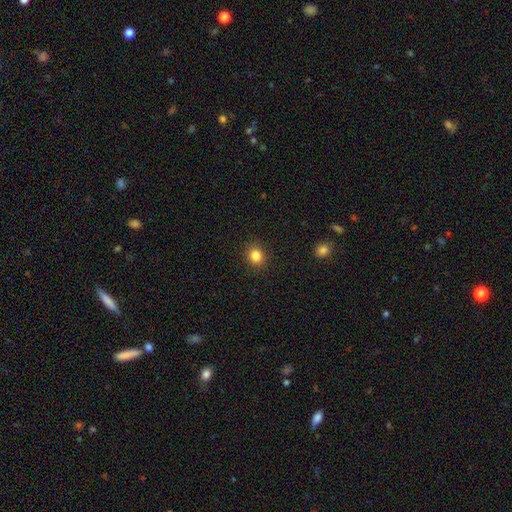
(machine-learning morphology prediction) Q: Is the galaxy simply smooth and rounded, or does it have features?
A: smooth — 84%.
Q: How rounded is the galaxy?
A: round — 71%.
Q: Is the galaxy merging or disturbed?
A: none — 90%.